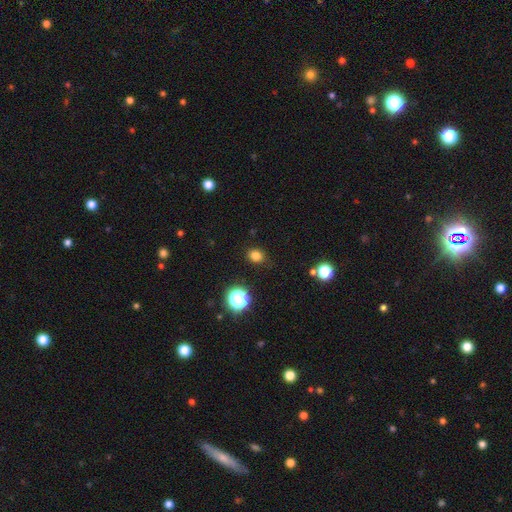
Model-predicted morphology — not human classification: Q: Smooth or featured?
A: smooth (80%); runner-up: star or artifact (16%)
Q: How rounded?
A: round (63%); runner-up: in between (36%)
Q: Merging?
A: none (86%); runner-up: minor disturbance (9%)